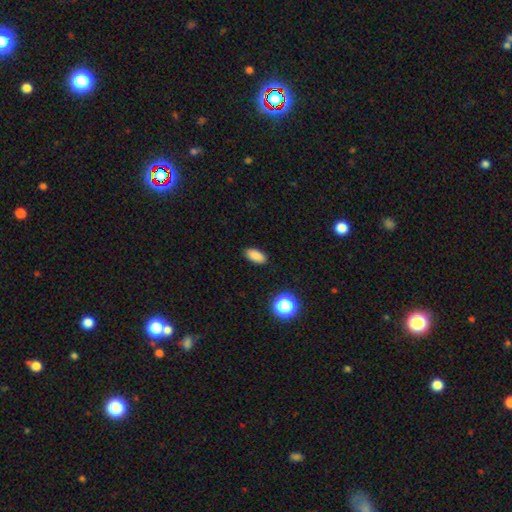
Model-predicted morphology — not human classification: Smooth or featured?
  - smooth: 85% *
  - star or artifact: 11%
  - featured or disk: 4%
How rounded?
  - in between: 89% *
  - cigar-shaped: 6%
  - round: 5%
Merging?
  - none: 89% *
  - minor disturbance: 8%
  - major disturbance: 2%
  - merger: 1%